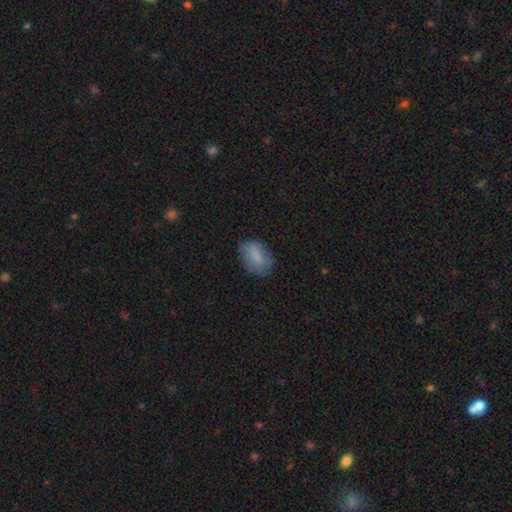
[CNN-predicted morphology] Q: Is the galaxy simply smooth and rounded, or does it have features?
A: smooth — 70%.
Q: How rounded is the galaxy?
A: in between — 83%.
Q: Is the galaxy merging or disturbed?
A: none — 67%.